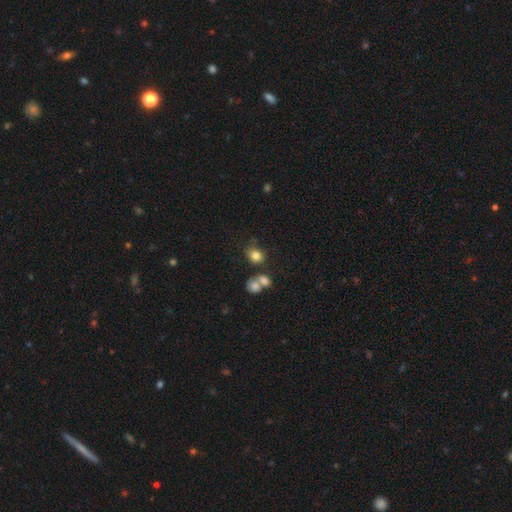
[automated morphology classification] The model was most divided on "how rounded": round: 58%, in between: 41%, cigar-shaped: 1%. More confident: smooth or featured — smooth (80%); merging — none (56%).